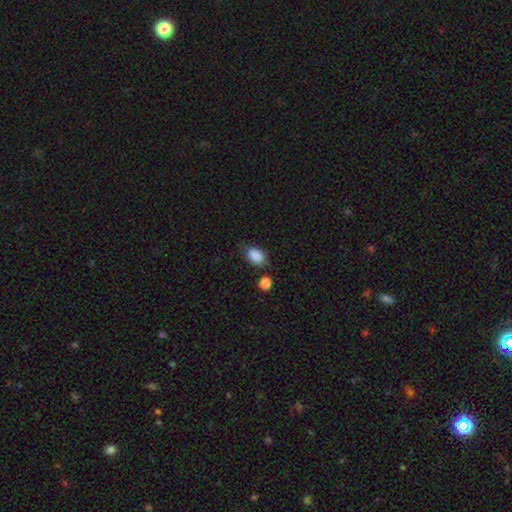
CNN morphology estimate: Overall: smooth (88%). How rounded: in between (78%). Merging: none (76%).